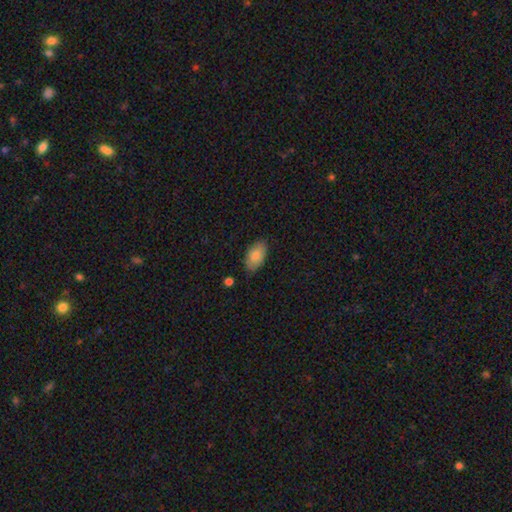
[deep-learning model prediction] Overall: smooth (81%). How rounded: in between (94%). Merging: none (75%).